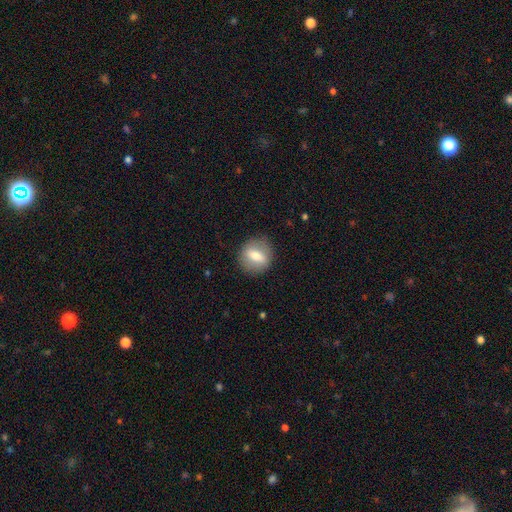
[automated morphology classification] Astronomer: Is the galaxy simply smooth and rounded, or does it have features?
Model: smooth — 61%.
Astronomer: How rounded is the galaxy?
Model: round — 70%.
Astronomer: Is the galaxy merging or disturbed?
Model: none — 84%.